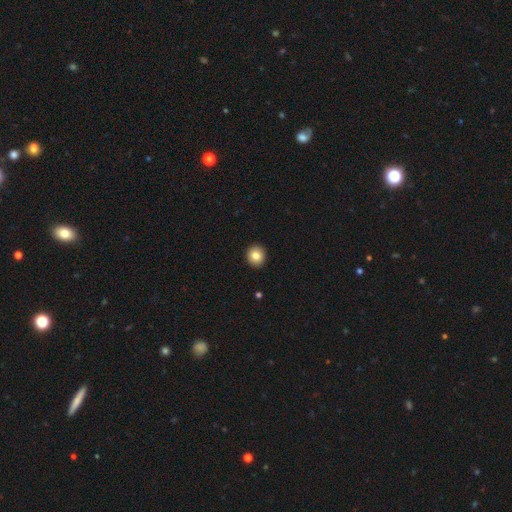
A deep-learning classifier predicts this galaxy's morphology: Smooth or featured?
  - smooth: 84% *
  - star or artifact: 9%
  - featured or disk: 7%
How rounded?
  - round: 83% *
  - in between: 16%
  - cigar-shaped: 1%
Merging?
  - none: 92% *
  - minor disturbance: 5%
  - major disturbance: 1%
  - merger: 1%